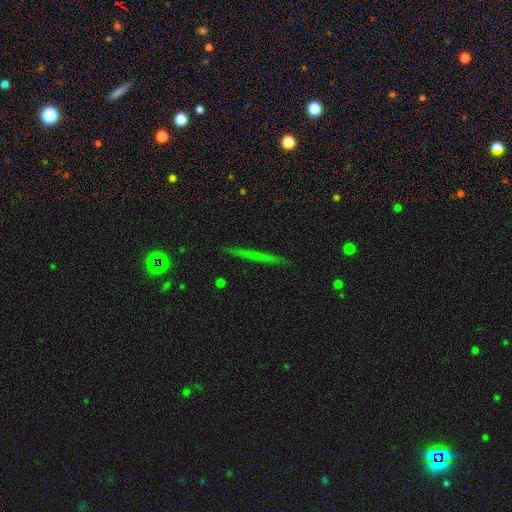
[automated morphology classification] smooth-or-featured: featured or disk: 43% (tied) | smooth: 43% (tied) | star or artifact: 14%
  merging: none: 89% | minor disturbance: 7% | major disturbance: 2% | merger: 1%